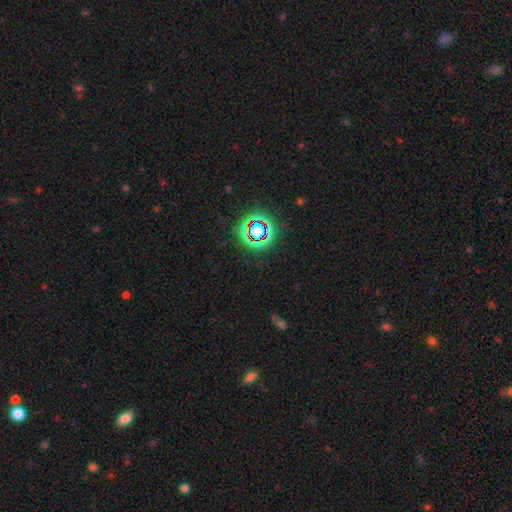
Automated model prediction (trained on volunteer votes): A star or artifact, not a galaxy (62%).

Vote fractions:
- Smooth or featured? star or artifact: 62% / smooth: 26% / featured or disk: 12%